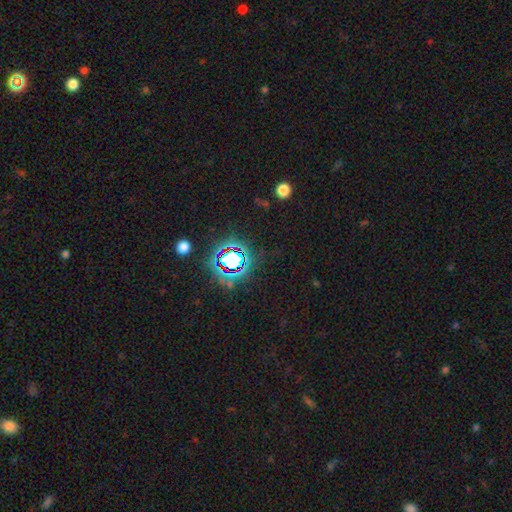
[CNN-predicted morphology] The model was most divided on "smooth or featured": star or artifact: 82%, smooth: 10%, featured or disk: 8%.